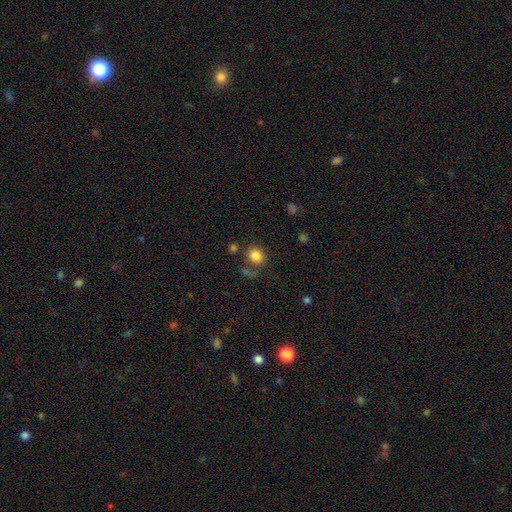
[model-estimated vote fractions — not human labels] smooth-or-featured: smooth: 84% | star or artifact: 10% | featured or disk: 6%
  how-rounded: round: 76% | in between: 24% | cigar-shaped: 1%
  merging: none: 71% | minor disturbance: 13% | merger: 10% | major disturbance: 7%